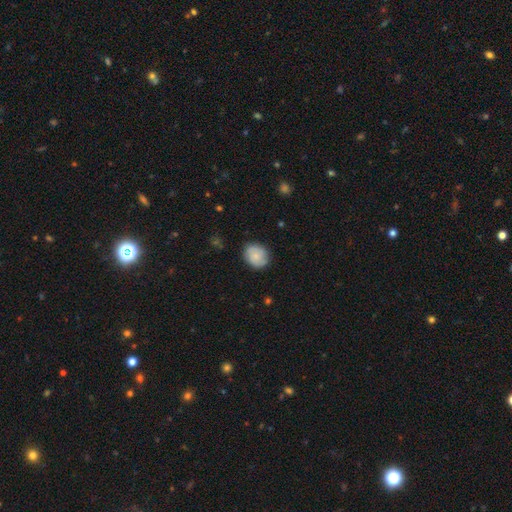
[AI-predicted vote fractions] smooth_or_featured: smooth (p=0.67) [alt: featured or disk p=0.26]
how_rounded: round (p=0.64) [alt: in between p=0.35]
merging: none (p=0.77) [alt: minor disturbance p=0.18]